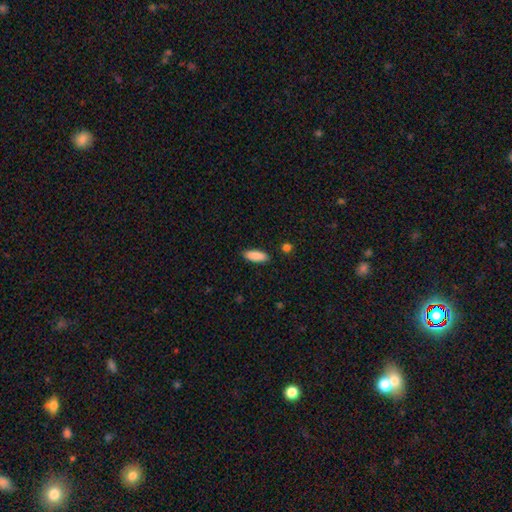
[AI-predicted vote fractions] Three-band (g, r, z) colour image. It shows a smooth galaxy with no disk features (88%) that is in between round and cigar-shaped (68%). Merging: none (87%).